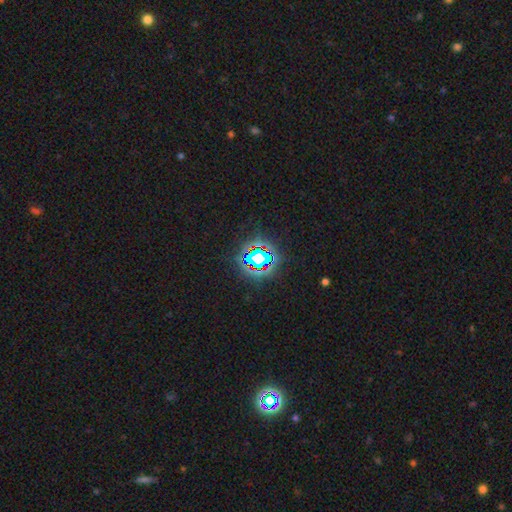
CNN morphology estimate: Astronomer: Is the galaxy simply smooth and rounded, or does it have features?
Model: star or artifact — 73%.